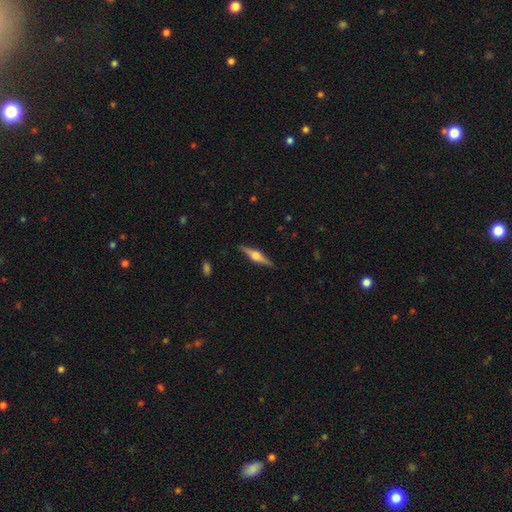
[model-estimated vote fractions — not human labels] Smooth or featured: featured or disk — 74% (smooth — 20%)
Edge-on disk: yes — 98% (no — 2%)
Edge-on bulge: rounded — 88% (boxy — 10%)
Merging: none — 90% (minor disturbance — 7%)